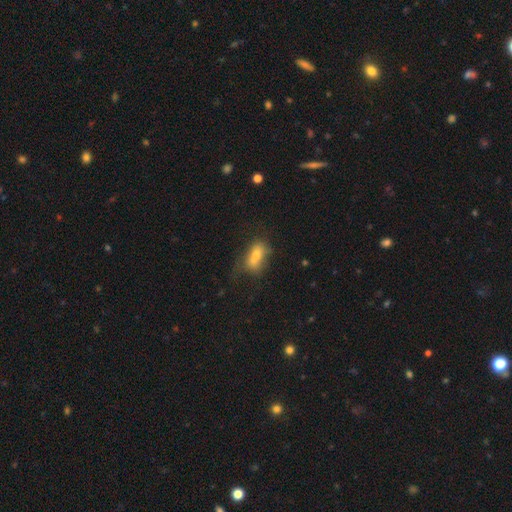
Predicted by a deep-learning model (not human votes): Q: Smooth or featured?
A: smooth (70%); runner-up: featured or disk (19%)
Q: How rounded?
A: in between (79%); runner-up: cigar-shaped (16%)
Q: Merging?
A: none (52%); runner-up: minor disturbance (28%)